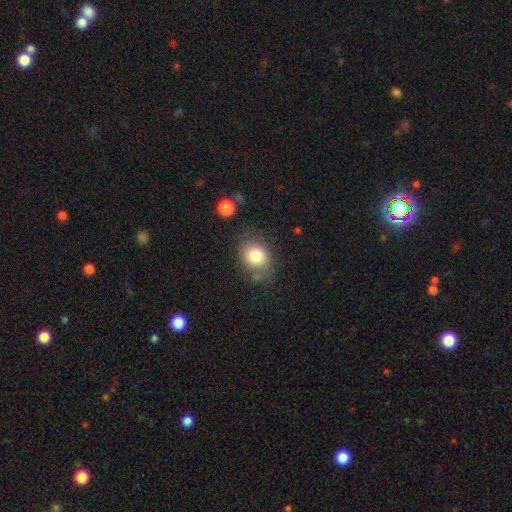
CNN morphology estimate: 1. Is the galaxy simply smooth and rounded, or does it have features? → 81% smooth, 9% featured or disk, 9% star or artifact.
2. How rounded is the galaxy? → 57% round, 42% in between, 1% cigar-shaped.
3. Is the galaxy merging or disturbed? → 70% none, 18% minor disturbance, 7% major disturbance, 5% merger.